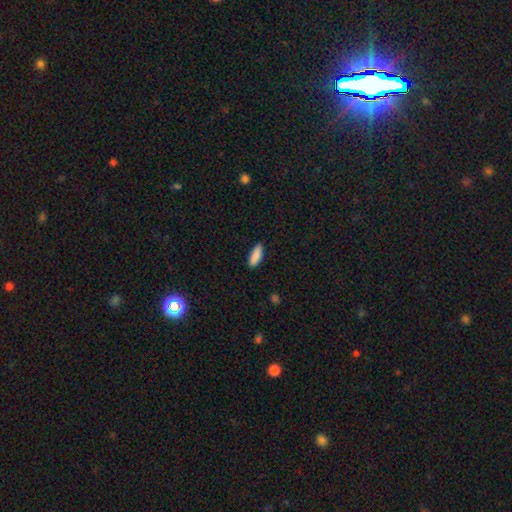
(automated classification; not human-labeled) smooth-or-featured: smooth: 89% | star or artifact: 7% | featured or disk: 4%
  how-rounded: in between: 69% | cigar-shaped: 29% | round: 2%
  merging: none: 87% | minor disturbance: 10% | major disturbance: 2% | merger: 1%